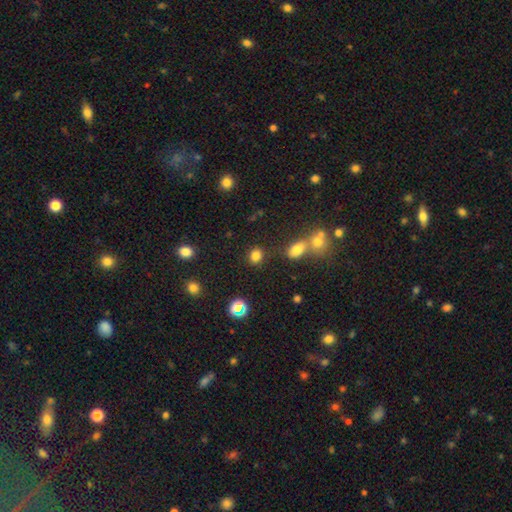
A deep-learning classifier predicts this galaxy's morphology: Smooth or featured? Predicted: smooth (p=0.80). How rounded? Predicted: round (p=0.59). Merging? Predicted: none (p=0.79).